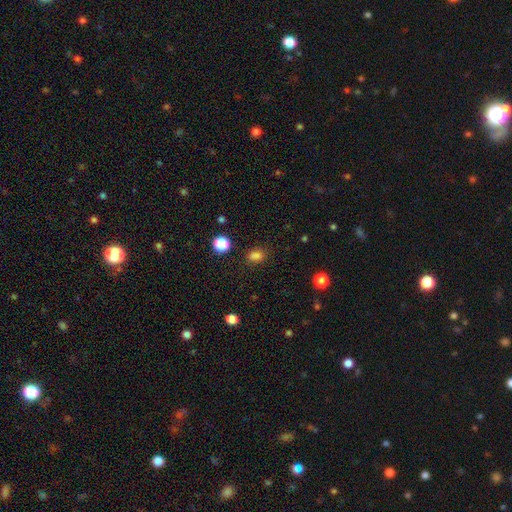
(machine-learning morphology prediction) Overall: smooth (80%). How rounded: in between (68%; round 30%). Merging: none (80%).